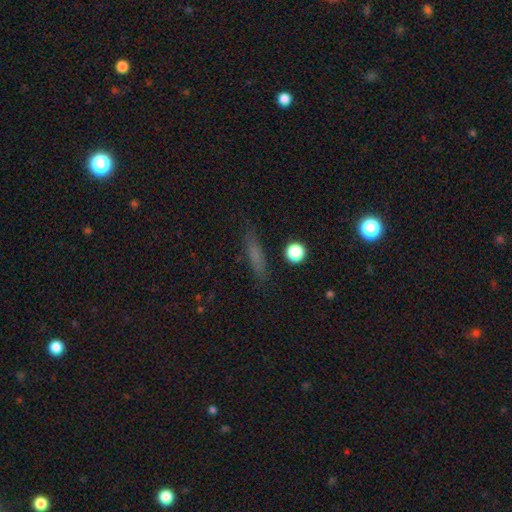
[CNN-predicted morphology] smooth-or-featured: smooth: 64% | featured or disk: 20% | star or artifact: 16%
  how-rounded: cigar-shaped: 81% | in between: 14% | round: 5%
  merging: none: 85% | minor disturbance: 11% | major disturbance: 3% | merger: 2%